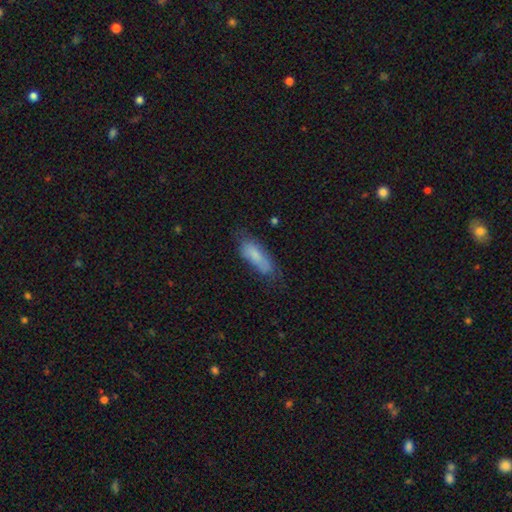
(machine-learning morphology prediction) Overall: smooth (75%). How rounded: in between (59%; cigar-shaped 39%). Merging: none (61%; minor disturbance 27%).